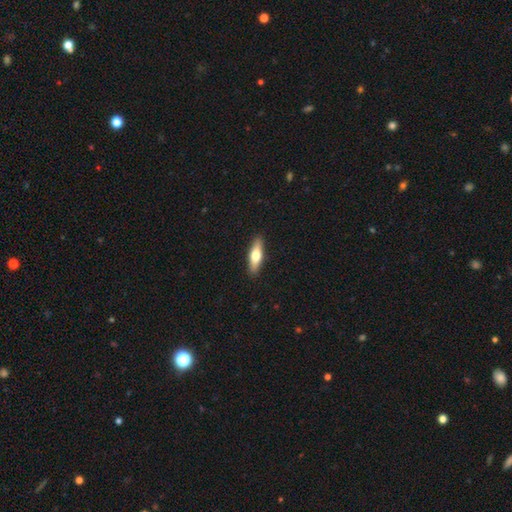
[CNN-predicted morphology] A smooth galaxy with no disk features (58%) that is cigar-shaped (57%).

Vote fractions:
- Smooth or featured? smooth: 58% / featured or disk: 37% / star or artifact: 6%
- How rounded? cigar-shaped: 57% / in between: 40% / round: 2%
- Merging? none: 90% / minor disturbance: 7% / major disturbance: 2% / merger: 1%